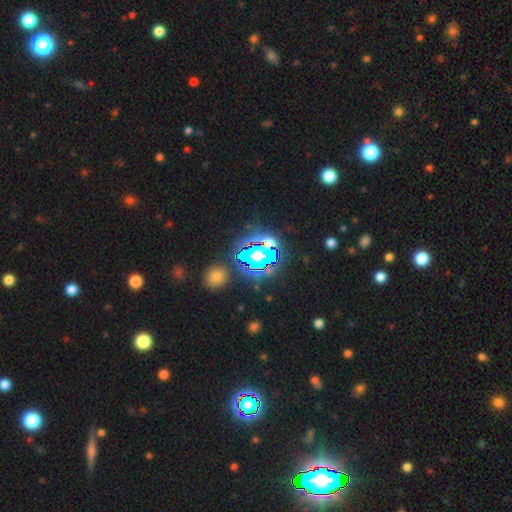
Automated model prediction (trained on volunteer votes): Smooth or featured? Predicted: star or artifact (p=0.64).